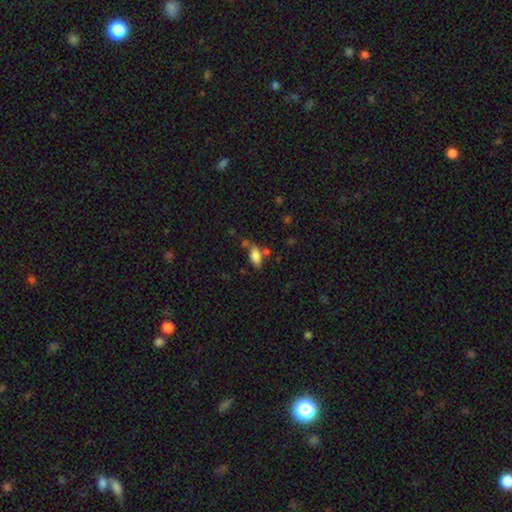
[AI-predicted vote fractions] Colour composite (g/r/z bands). It shows a smooth galaxy with no disk features (82%) that is in between round and cigar-shaped (87%). Merging: none (61%).